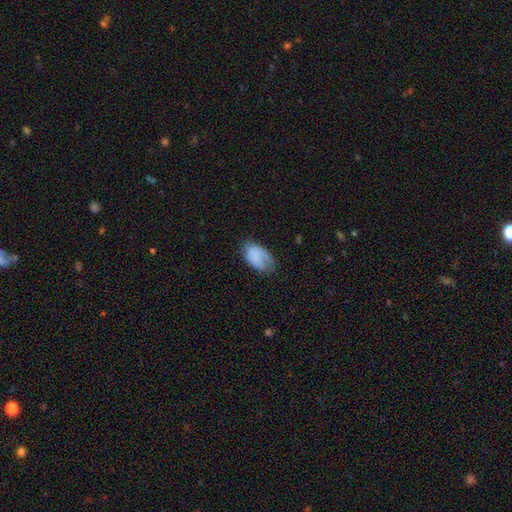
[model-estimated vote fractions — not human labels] A smooth galaxy with no disk features (72%) that is in between round and cigar-shaped (92%). Merging: none (47%).